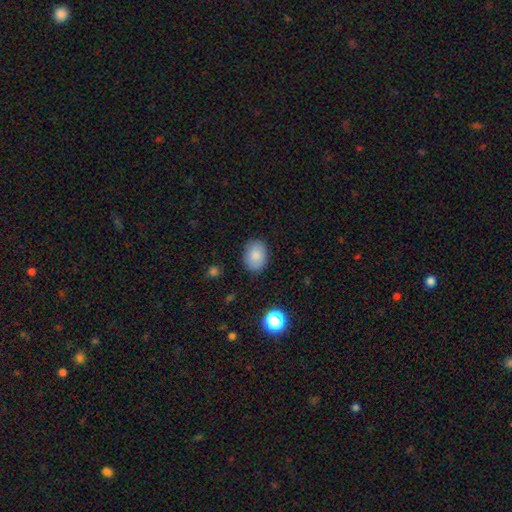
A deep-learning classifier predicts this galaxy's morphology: type=smooth (85%); roundness=in between (71%); merging=none (86%).